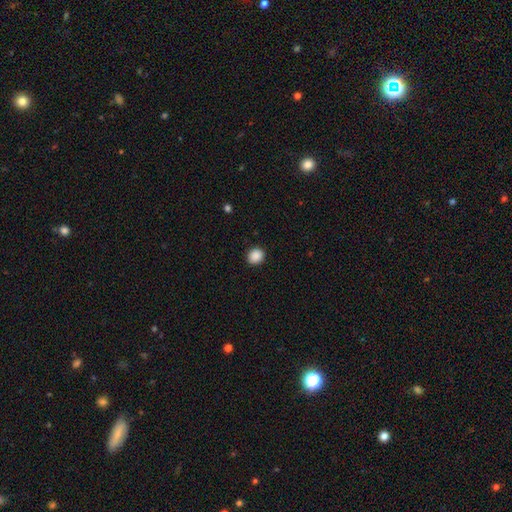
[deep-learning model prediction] Smooth or featured?
  - smooth: 89% *
  - star or artifact: 9%
  - featured or disk: 2%
How rounded?
  - round: 69% *
  - in between: 30%
  - cigar-shaped: 1%
Merging?
  - none: 91% *
  - minor disturbance: 7%
  - major disturbance: 2%
  - merger: 1%